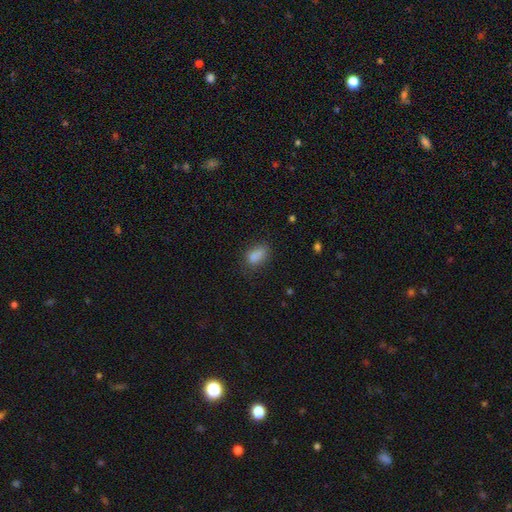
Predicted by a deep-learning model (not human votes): smooth_or_featured: smooth (p=0.84) [alt: star or artifact p=0.11]
how_rounded: in between (p=0.86) [alt: round p=0.10]
merging: none (p=0.64) [alt: minor disturbance p=0.24]